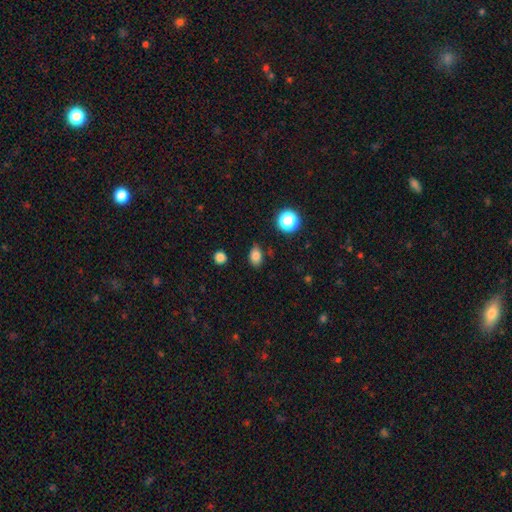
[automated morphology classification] type=smooth (82%); roundness=in between (77%); merging=none (81%).